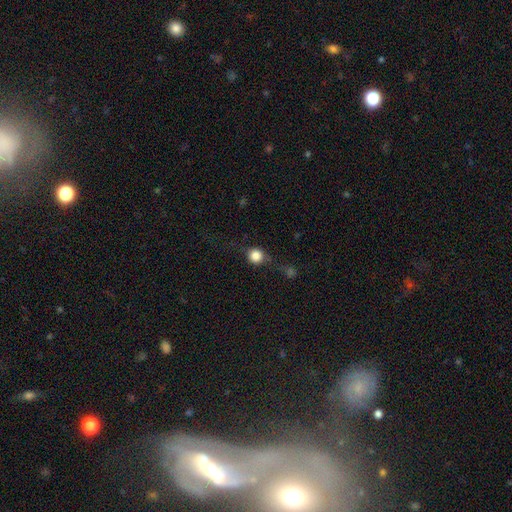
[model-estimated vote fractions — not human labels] Smooth or featured?
  - smooth: 79% *
  - featured or disk: 11%
  - star or artifact: 11%
How rounded?
  - round: 90% *
  - in between: 9%
  - cigar-shaped: 1%
Merging?
  - none: 67% *
  - minor disturbance: 18%
  - major disturbance: 11%
  - merger: 4%